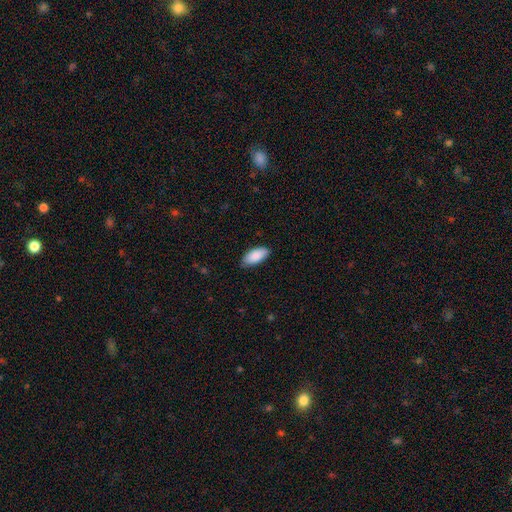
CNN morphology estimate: Overall: smooth (89%). How rounded: in between (92%). Merging: none (82%).